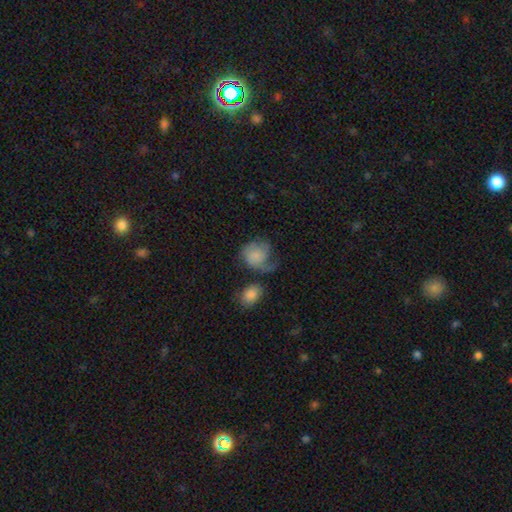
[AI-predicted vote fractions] A smooth galaxy with no disk features (61%) that is round (62%).

Vote fractions:
- Smooth or featured? smooth: 61% / featured or disk: 31% / star or artifact: 8%
- How rounded? round: 62% / in between: 37% / cigar-shaped: 1%
- Merging? none: 32% (tied) / major disturbance: 32% (tied) / minor disturbance: 24% / merger: 12%